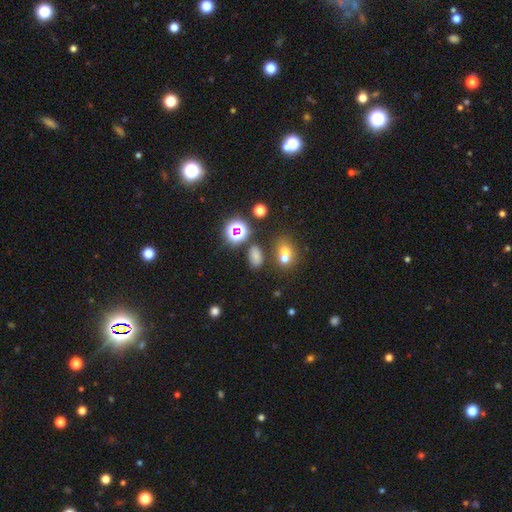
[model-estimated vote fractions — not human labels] Q: Smooth or featured?
A: smooth (64%); runner-up: star or artifact (28%)
Q: How rounded?
A: in between (82%); runner-up: round (16%)
Q: Merging?
A: none (69%); runner-up: merger (14%)